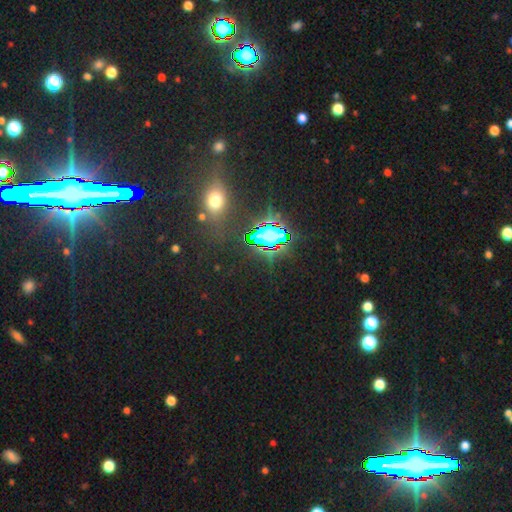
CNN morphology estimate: Smooth or featured?
  - star or artifact: 68% *
  - smooth: 20%
  - featured or disk: 13%